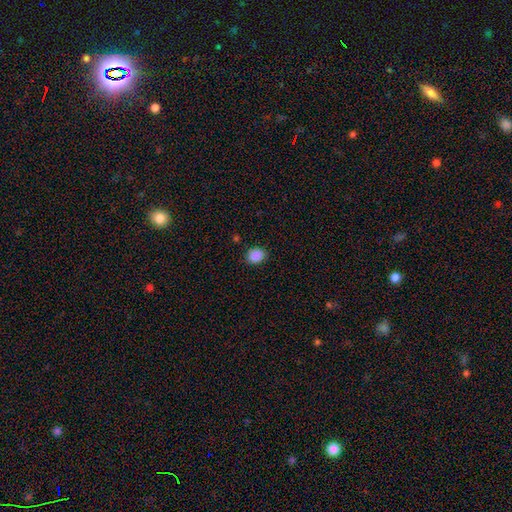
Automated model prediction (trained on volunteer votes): Morphology: type=smooth (88%); roundness=round (54%); merging=none (87%).